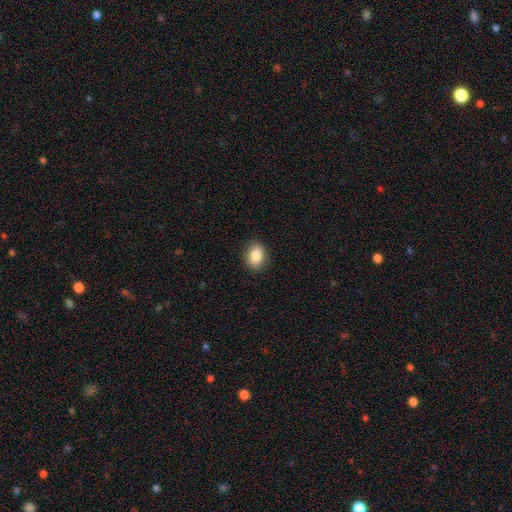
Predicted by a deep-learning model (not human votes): smooth-or-featured: smooth: 85% | star or artifact: 8% | featured or disk: 7%
  how-rounded: in between: 67% | round: 32% | cigar-shaped: 1%
  merging: none: 88% | minor disturbance: 8% | major disturbance: 2% | merger: 1%